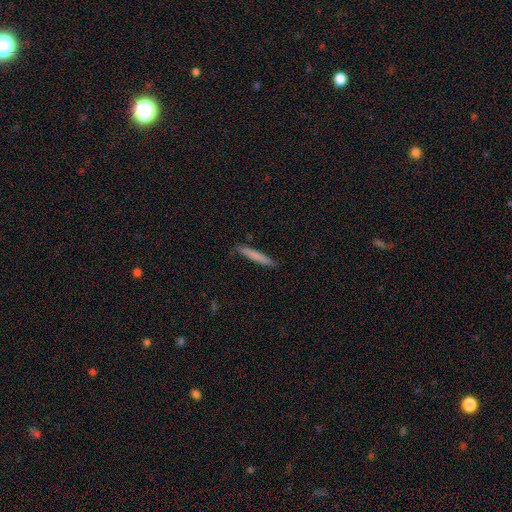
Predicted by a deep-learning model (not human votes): Smooth or featured? Predicted: smooth (p=0.76). How rounded? Predicted: cigar-shaped (p=0.95). Merging? Predicted: none (p=0.88).